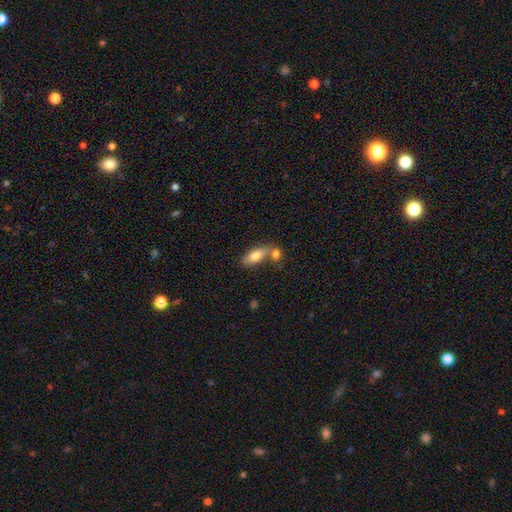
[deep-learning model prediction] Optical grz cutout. It shows a smooth galaxy with no disk features (76%) that is in between round and cigar-shaped (75%). Merging: none (44%).